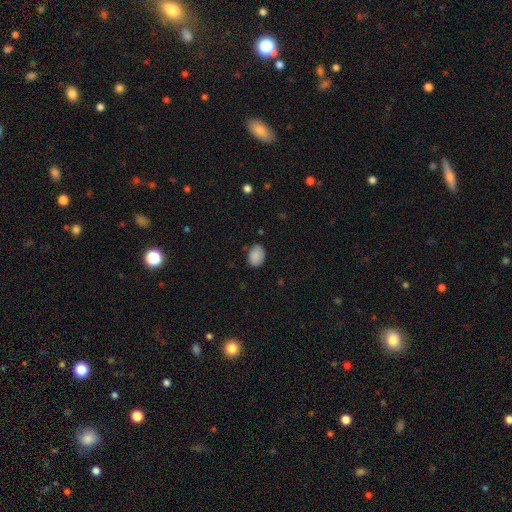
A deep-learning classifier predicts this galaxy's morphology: Overall: smooth (87%). How rounded: in between (74%). Merging: none (76%).